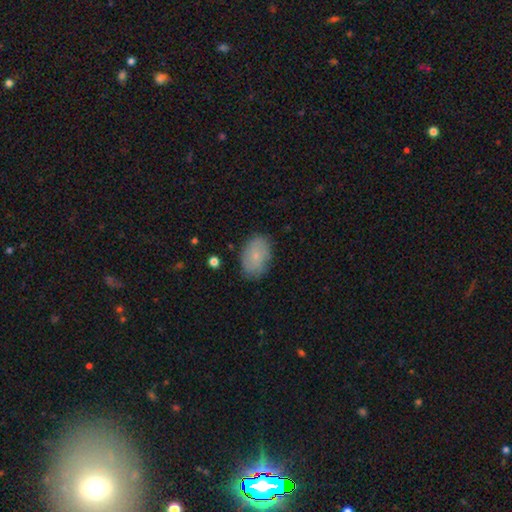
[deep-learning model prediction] A smooth galaxy with no disk features (72%) that is in between round and cigar-shaped (84%). Merging: none (81%).